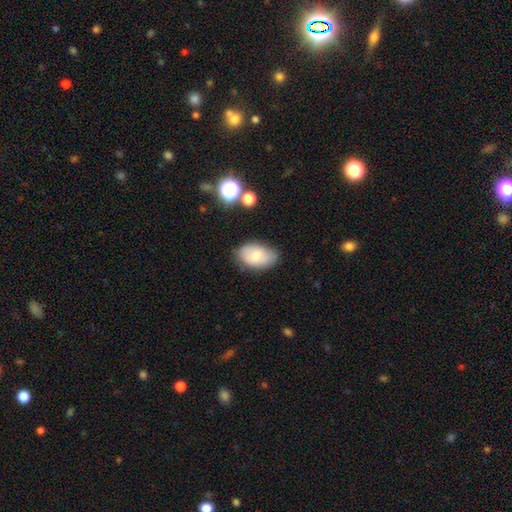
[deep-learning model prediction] A smooth galaxy with no disk features (77%) that is in between round and cigar-shaped (92%). Merging: none (75%).